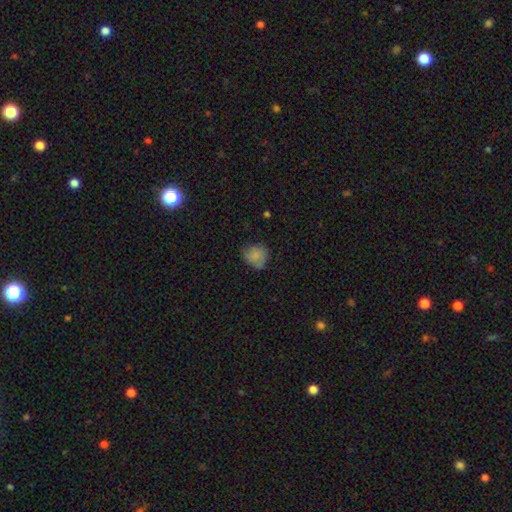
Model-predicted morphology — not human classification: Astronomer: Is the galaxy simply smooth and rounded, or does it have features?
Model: smooth — 71%.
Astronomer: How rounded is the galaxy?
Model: round — 70%.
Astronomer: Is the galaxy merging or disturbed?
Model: none — 61%.